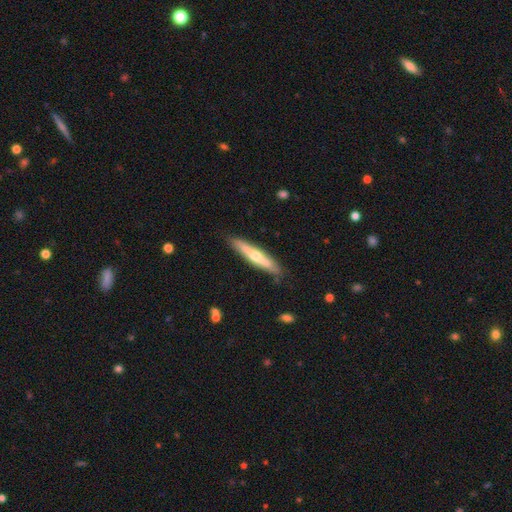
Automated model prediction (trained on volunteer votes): smooth_or_featured: featured or disk (p=0.52) [alt: smooth p=0.43]
disk_edge_on: yes (p=0.87) [alt: no p=0.13]
merging: none (p=0.84) [alt: minor disturbance p=0.12]